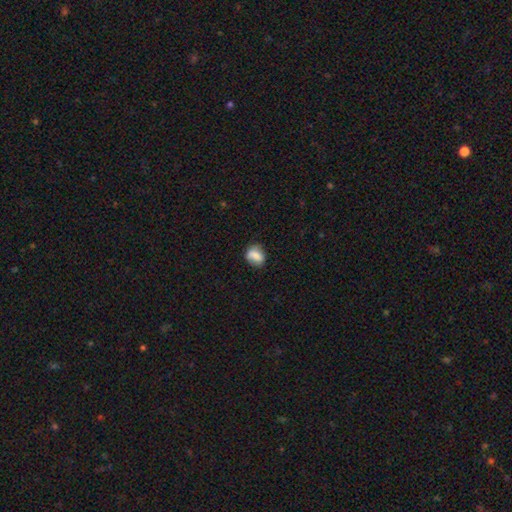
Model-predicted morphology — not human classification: A smooth galaxy with no disk features (77%) that is in between round and cigar-shaped (50%). Merging: none (73%).